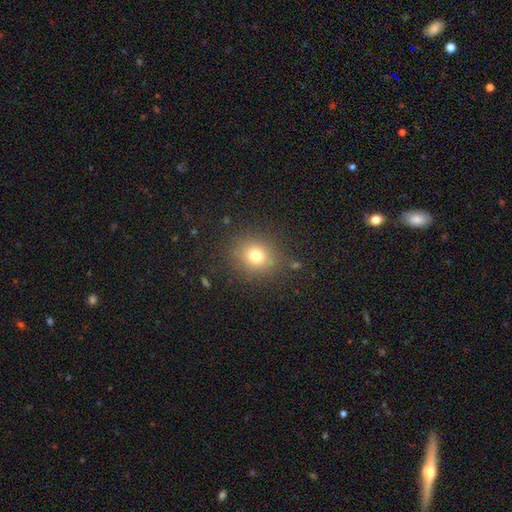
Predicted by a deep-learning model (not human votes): Smooth or featured: smooth — 75% (star or artifact — 15%)
How rounded: round — 76% (in between — 23%)
Merging: none — 85% (minor disturbance — 9%)